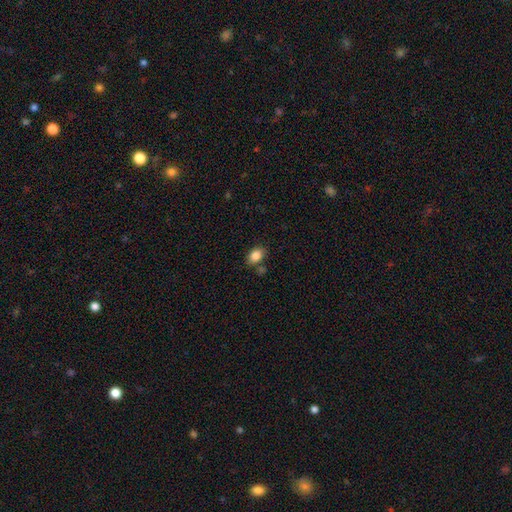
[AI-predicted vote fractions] The model was most divided on "how rounded": in between: 77%, round: 22%, cigar-shaped: 1%. More confident: smooth or featured — smooth (85%); merging — none (74%).